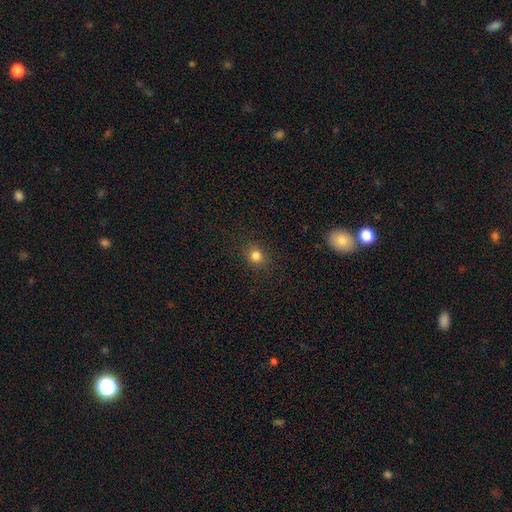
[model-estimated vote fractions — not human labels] smooth 81%, star or artifact 14%, featured or disk 5%. Down the decision tree: how rounded — round (79%); merging — none (89%).